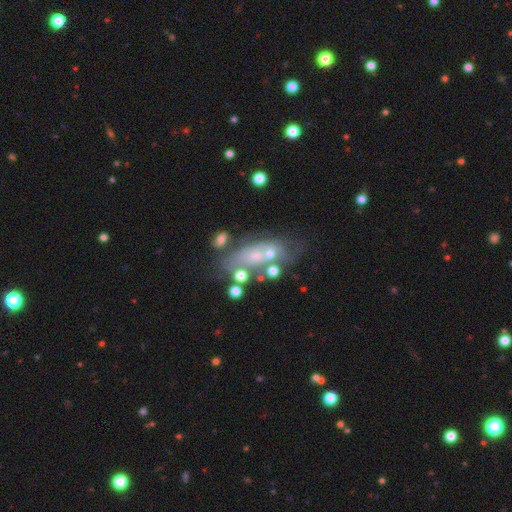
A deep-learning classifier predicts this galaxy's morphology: featured or disk 60%, smooth 26%, star or artifact 15%. Down the decision tree: edge-on disk — no (88%); bar — no (84%); spiral arms — no (61%); bulge size — small (65%); merging — none (45%).